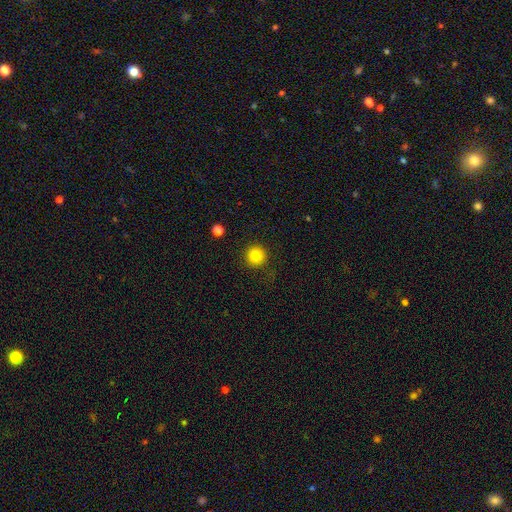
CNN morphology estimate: Smooth or featured?
  - smooth: 83% *
  - star or artifact: 11%
  - featured or disk: 5%
How rounded?
  - round: 95% *
  - in between: 4%
  - cigar-shaped: 1%
Merging?
  - none: 89% *
  - minor disturbance: 7%
  - major disturbance: 3%
  - merger: 1%